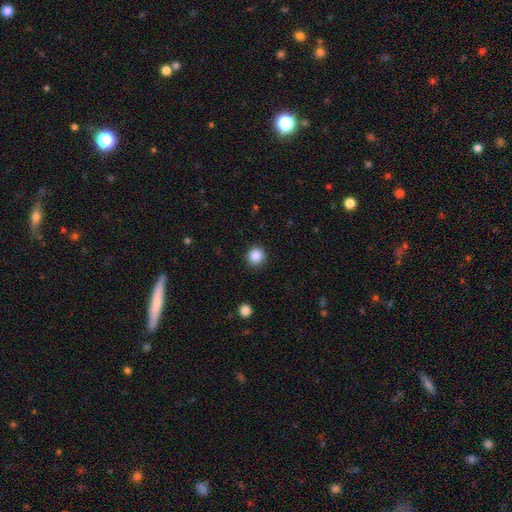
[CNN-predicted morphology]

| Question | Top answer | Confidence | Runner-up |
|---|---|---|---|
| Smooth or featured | smooth | 87% | star or artifact (10%) |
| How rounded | round | 93% | in between (6%) |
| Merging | none | 91% | minor disturbance (6%) |